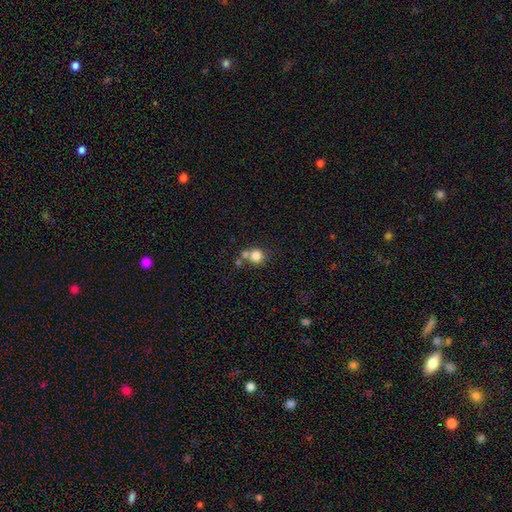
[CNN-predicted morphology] smooth 80%, star or artifact 11%, featured or disk 8%. Down the decision tree: how rounded — round (87%); merging — none (51%).